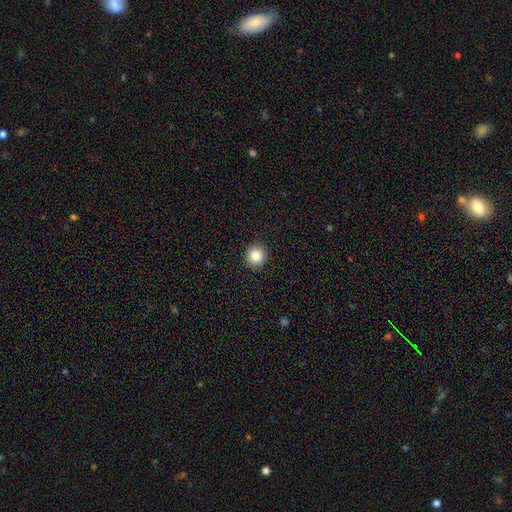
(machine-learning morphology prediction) This appears to be a smooth galaxy with no disk features (85%) that is round (93%). Merging: none (92%).